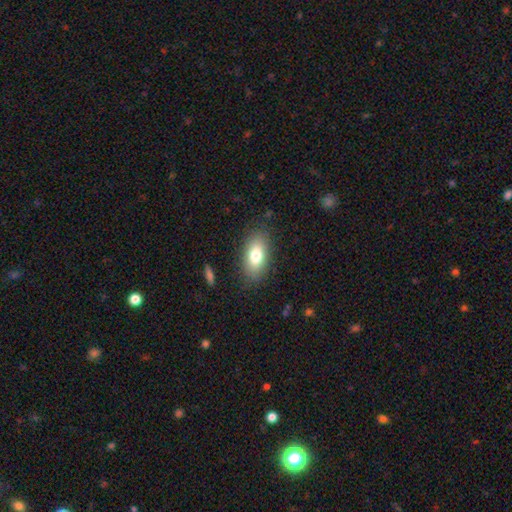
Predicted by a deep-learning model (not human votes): A smooth galaxy with no disk features (77%) that is in between round and cigar-shaped (88%). Merging: none (84%).